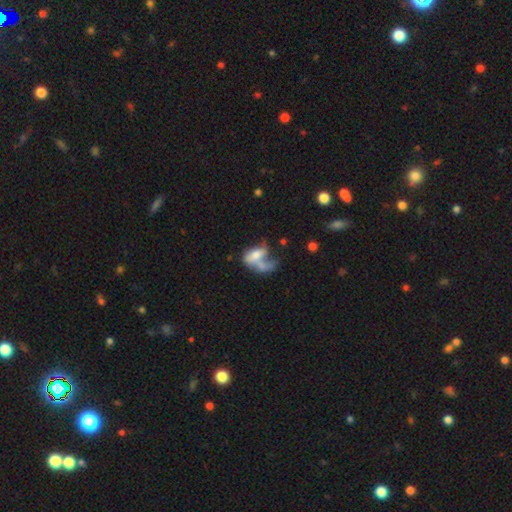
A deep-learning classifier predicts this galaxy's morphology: Smooth or featured: smooth — 47% (featured or disk — 43%)
Merging: merger — 38% (major disturbance — 35%)